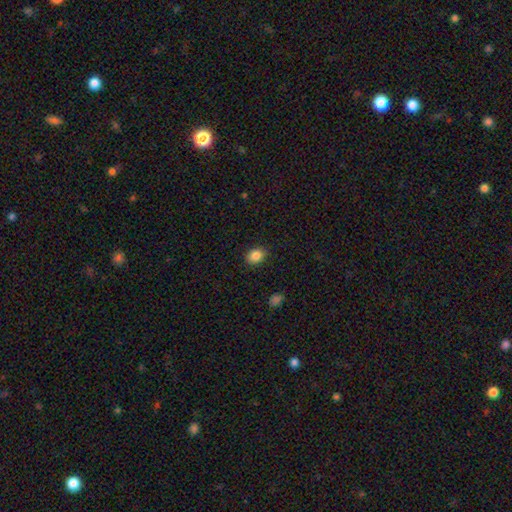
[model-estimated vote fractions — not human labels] smooth-or-featured: smooth: 86% | star or artifact: 9% | featured or disk: 5%
  how-rounded: in between: 59% | round: 40% | cigar-shaped: 1%
  merging: none: 88% | minor disturbance: 9% | major disturbance: 2% | merger: 1%